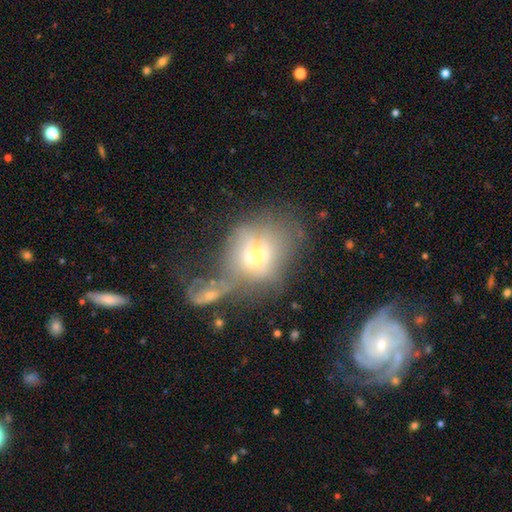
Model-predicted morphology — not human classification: A smooth galaxy with no disk features (50%).

Vote fractions:
- Smooth or featured? smooth: 50% / featured or disk: 37% / star or artifact: 13%
- Merging? merger: 43% / none: 25% / major disturbance: 19% / minor disturbance: 12%